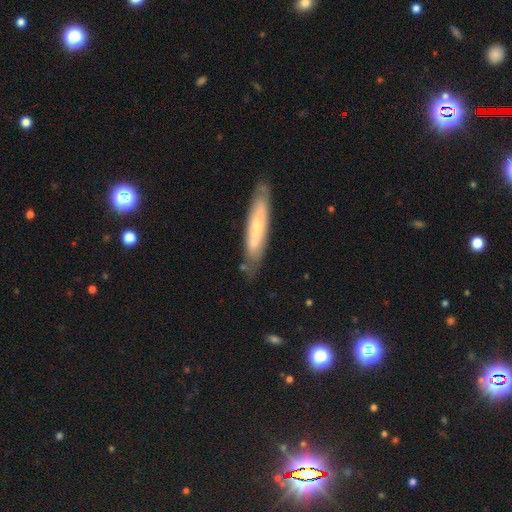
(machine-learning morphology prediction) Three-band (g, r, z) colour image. It shows a smooth galaxy with no disk features (48%). Merging: none (76%).